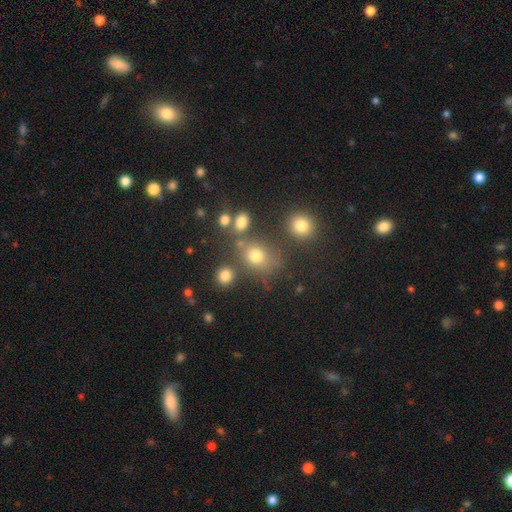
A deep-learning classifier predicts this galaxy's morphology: The model was most divided on "how rounded": round: 54%, in between: 44%, cigar-shaped: 2%. More confident: smooth or featured — smooth (72%); merging — none (62%).